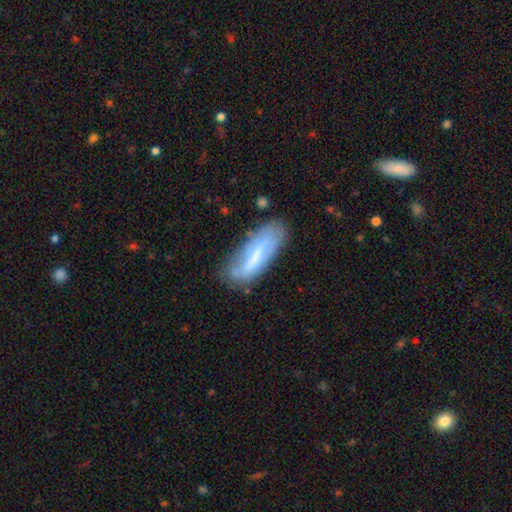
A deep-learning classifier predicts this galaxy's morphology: smooth-or-featured: smooth: 53% | featured or disk: 40% | star or artifact: 8%
  how-rounded: in between: 54% | cigar-shaped: 45% | round: 2%
  merging: none: 62% | minor disturbance: 26% | major disturbance: 8% | merger: 4%